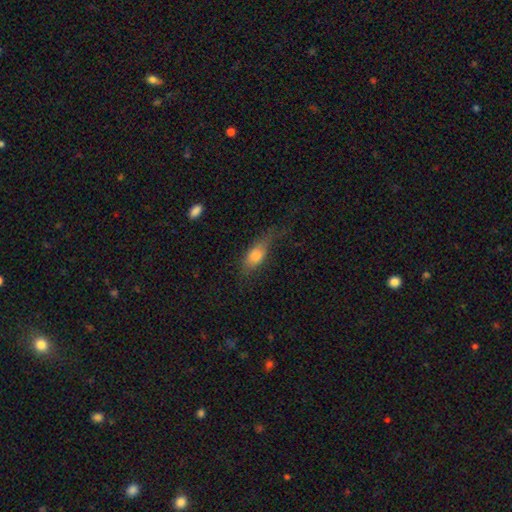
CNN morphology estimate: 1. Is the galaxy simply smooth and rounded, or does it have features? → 72% smooth, 20% featured or disk, 8% star or artifact.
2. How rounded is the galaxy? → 73% in between, 21% cigar-shaped, 6% round.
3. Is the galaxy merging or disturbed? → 45% none, 31% minor disturbance, 22% major disturbance, 2% merger.